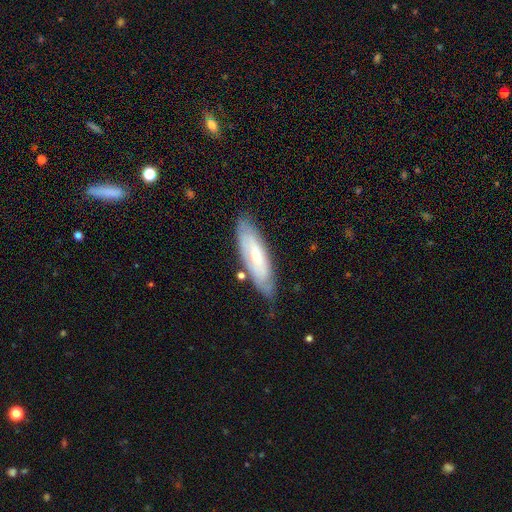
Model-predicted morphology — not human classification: This appears to be a featured or disk galaxy (50%). Merging: none (73%).